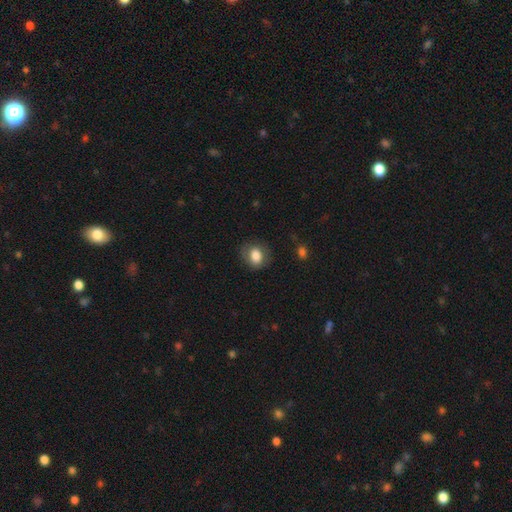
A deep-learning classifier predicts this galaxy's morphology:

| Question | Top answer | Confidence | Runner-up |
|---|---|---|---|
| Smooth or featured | smooth | 80% | featured or disk (12%) |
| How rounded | in between | 50% | round (49%) |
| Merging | none | 78% | minor disturbance (15%) |